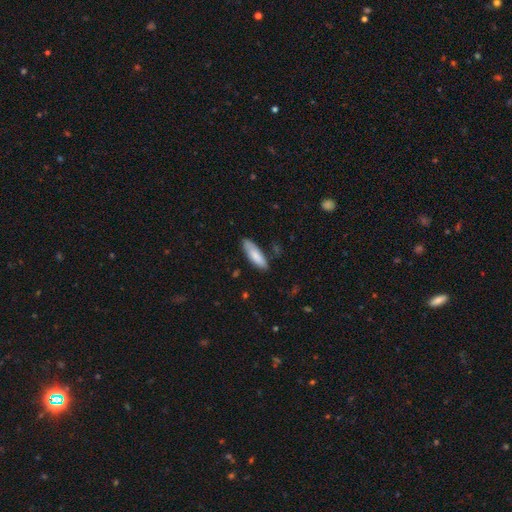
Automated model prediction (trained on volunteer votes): Smooth or featured: smooth — 83% (featured or disk — 11%)
How rounded: in between — 52% (cigar-shaped — 47%)
Merging: none — 75% (minor disturbance — 19%)